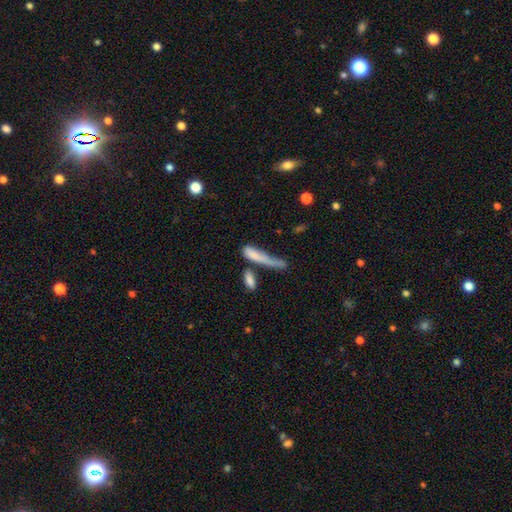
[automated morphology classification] Smooth or featured? Predicted: smooth (p=0.67). How rounded? Predicted: cigar-shaped (p=0.75). Merging? Predicted: merger (p=0.32).